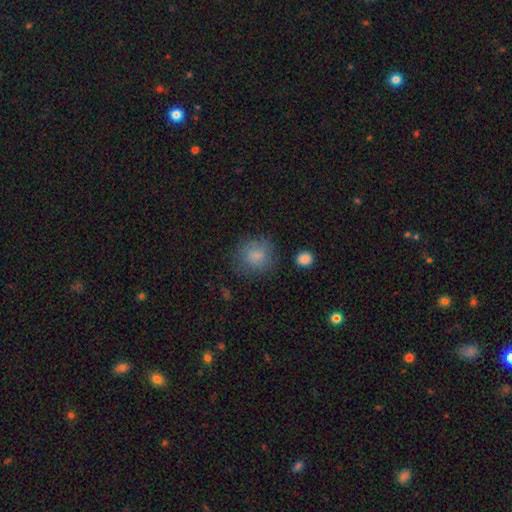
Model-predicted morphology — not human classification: Smooth or featured? smooth (80%)
How rounded? round (80%)
Merging? none (70%)